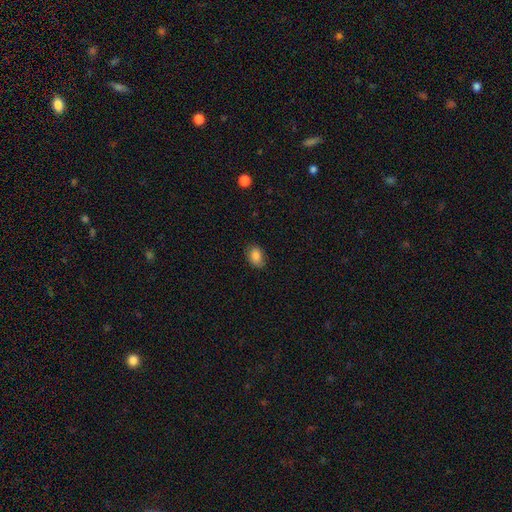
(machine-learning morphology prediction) The model was most divided on "merging": none: 79%, minor disturbance: 17%, major disturbance: 3%, merger: 1%. More confident: smooth or featured — smooth (85%); how rounded — in between (83%).